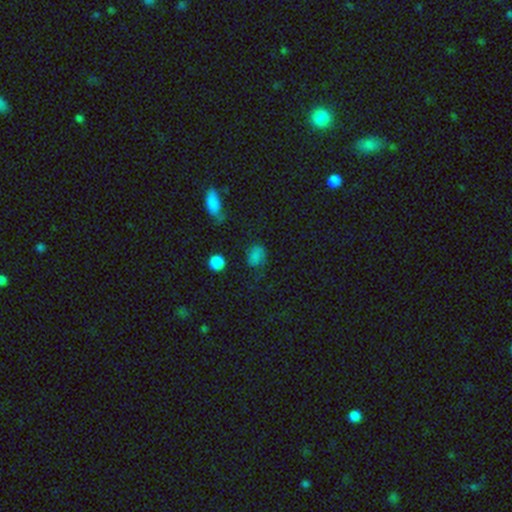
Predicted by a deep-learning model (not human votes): This appears to be a smooth galaxy with no disk features (69%) that is in between round and cigar-shaped (65%). Merging: none (55%).